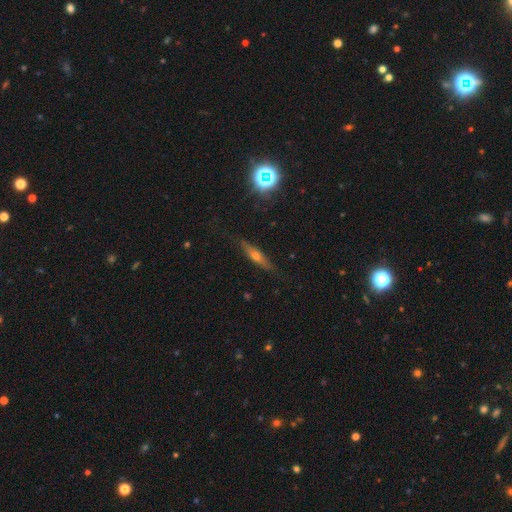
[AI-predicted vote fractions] featured or disk 57%, smooth 32%, star or artifact 12%. Down the decision tree: edge-on disk — yes (91%); edge-on bulge — rounded (87%); merging — none (84%).